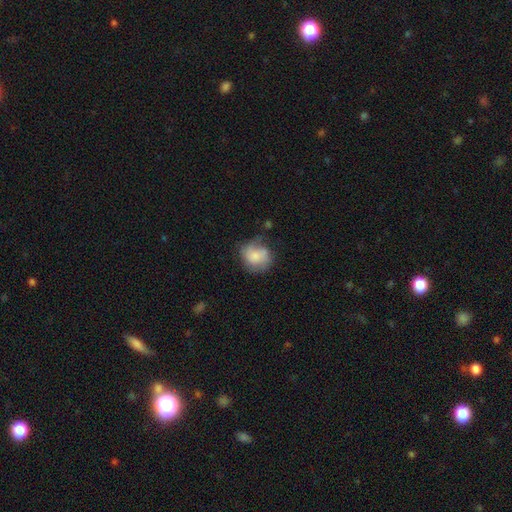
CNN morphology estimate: Smooth or featured? Predicted: smooth (p=0.66). How rounded? Predicted: round (p=0.73). Merging? Predicted: none (p=0.49).